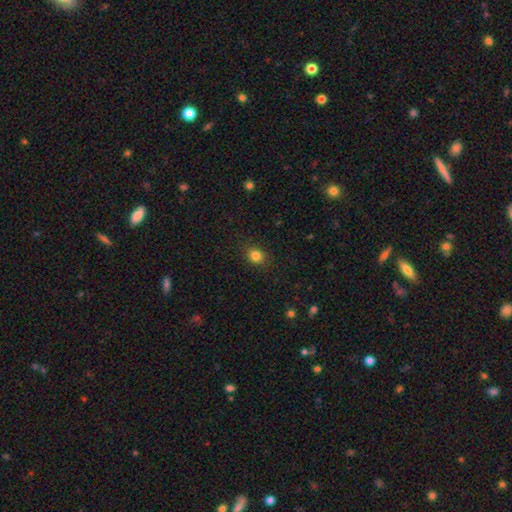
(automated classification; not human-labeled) A smooth galaxy with no disk features (83%) that is round (61%). Merging: none (86%).